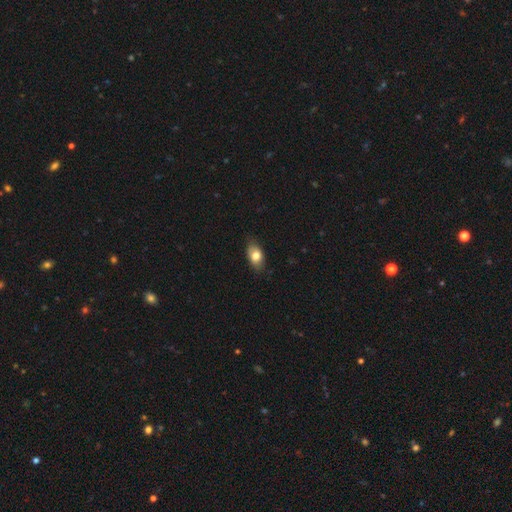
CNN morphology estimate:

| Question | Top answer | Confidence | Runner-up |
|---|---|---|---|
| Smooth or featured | smooth | 77% | featured or disk (15%) |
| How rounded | in between | 88% | round (9%) |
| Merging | none | 79% | minor disturbance (17%) |